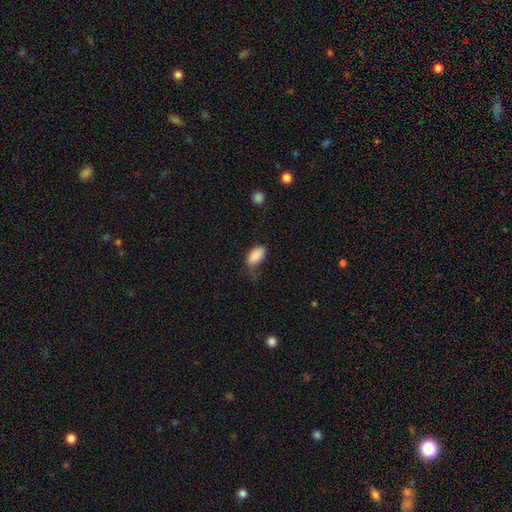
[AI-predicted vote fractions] This appears to be a smooth galaxy with no disk features (88%) that is in between round and cigar-shaped (94%). Merging: none (41%).